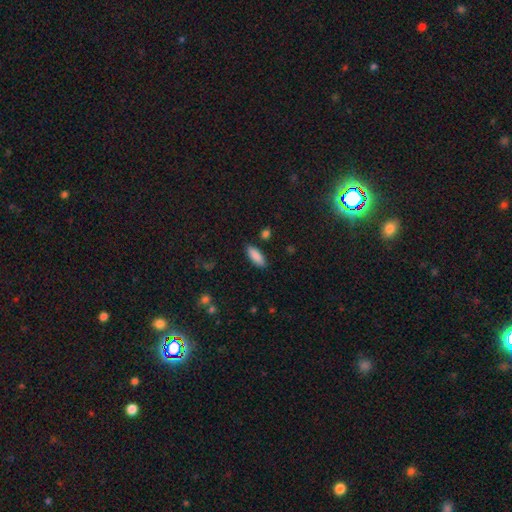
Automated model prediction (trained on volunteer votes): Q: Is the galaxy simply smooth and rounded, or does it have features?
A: smooth — 88%.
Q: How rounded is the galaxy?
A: in between — 70%.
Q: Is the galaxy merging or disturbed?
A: none — 87%.